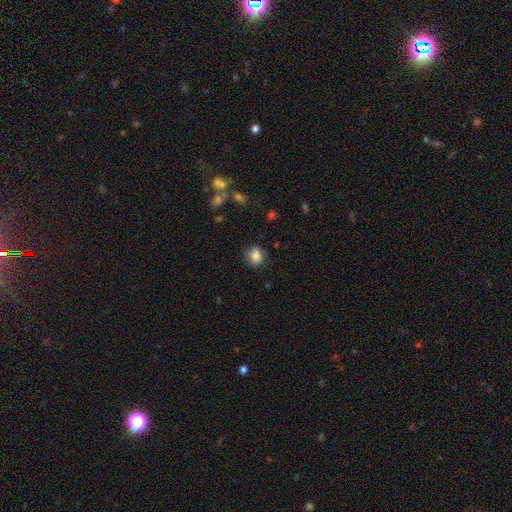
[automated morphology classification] Q: Smooth or featured?
A: smooth (85%); runner-up: star or artifact (9%)
Q: How rounded?
A: round (64%); runner-up: in between (35%)
Q: Merging?
A: none (81%); runner-up: minor disturbance (14%)